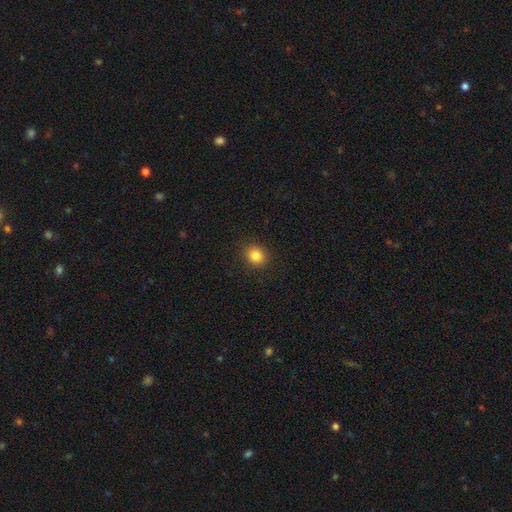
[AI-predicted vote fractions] A smooth galaxy with no disk features (84%) that is round (77%). Merging: none (91%).